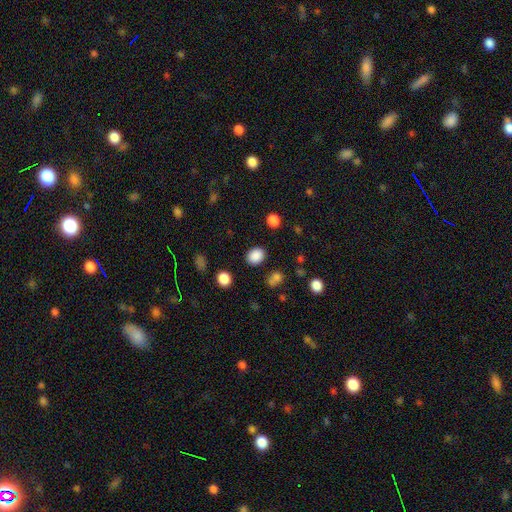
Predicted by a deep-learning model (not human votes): Smooth or featured?
  - smooth: 86% *
  - star or artifact: 10%
  - featured or disk: 3%
How rounded?
  - round: 50% *
  - in between: 49%
  - cigar-shaped: 1%
Merging?
  - none: 86% *
  - minor disturbance: 8%
  - major disturbance: 3%
  - merger: 2%